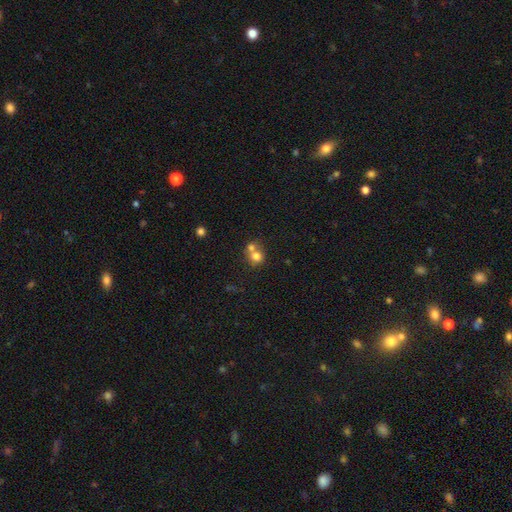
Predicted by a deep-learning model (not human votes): A smooth galaxy with no disk features (74%) that is round (82%). Merging: merger (53%).